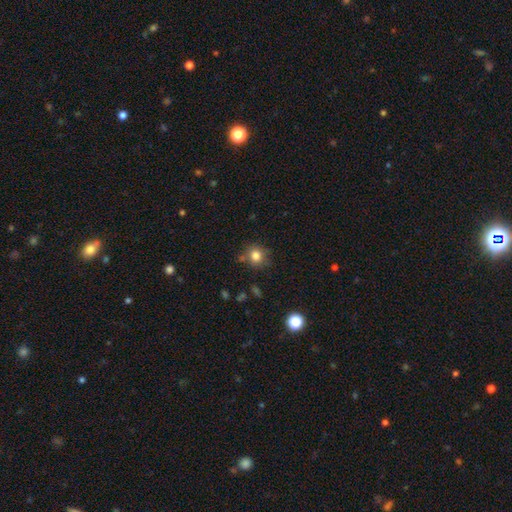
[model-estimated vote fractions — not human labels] A smooth galaxy with no disk features (81%) that is round (83%). Merging: none (76%).